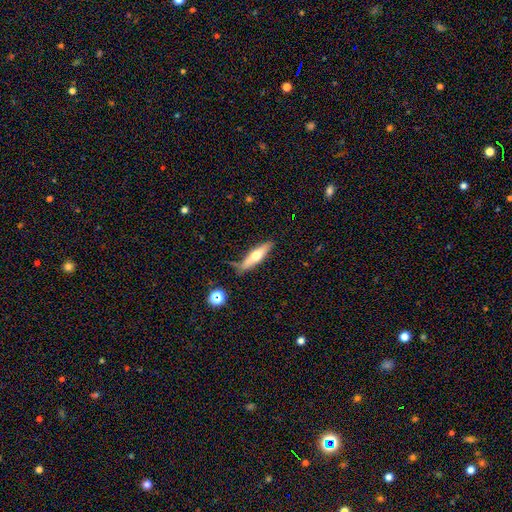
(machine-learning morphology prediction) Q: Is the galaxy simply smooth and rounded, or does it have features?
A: featured or disk — 48%.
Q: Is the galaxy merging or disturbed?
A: none — 74%.